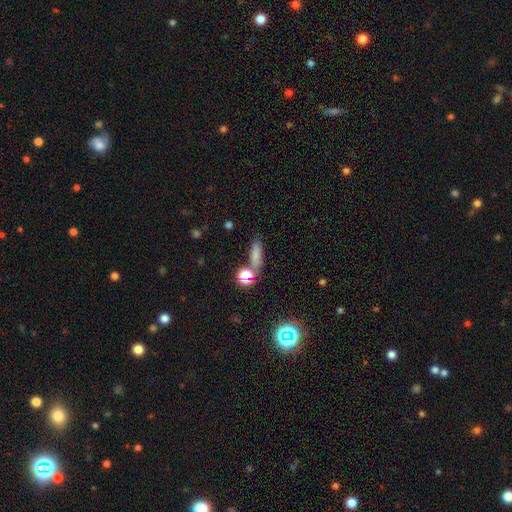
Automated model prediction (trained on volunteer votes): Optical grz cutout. It shows a smooth galaxy with no disk features (72%) that is cigar-shaped (44%, tied with in between). Merging: none (66%).